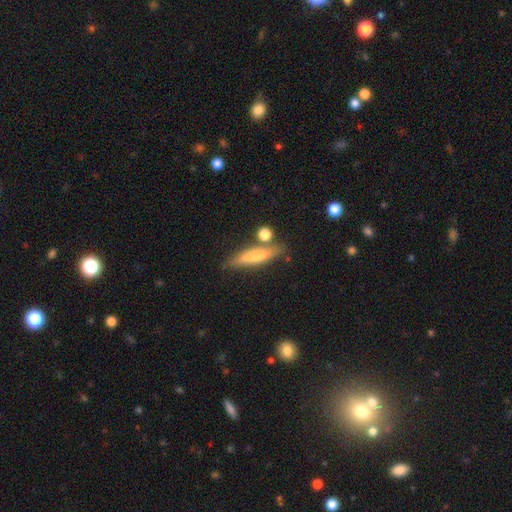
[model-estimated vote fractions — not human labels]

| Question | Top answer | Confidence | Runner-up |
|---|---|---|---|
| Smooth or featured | smooth | 63% | featured or disk (30%) |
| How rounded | cigar-shaped | 76% | in between (21%) |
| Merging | none | 71% | minor disturbance (14%) |